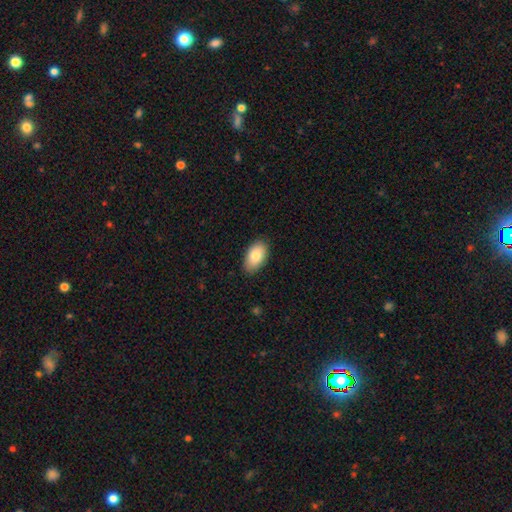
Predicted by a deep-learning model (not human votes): A smooth galaxy with no disk features (81%) that is in between round and cigar-shaped (93%). Merging: none (85%).